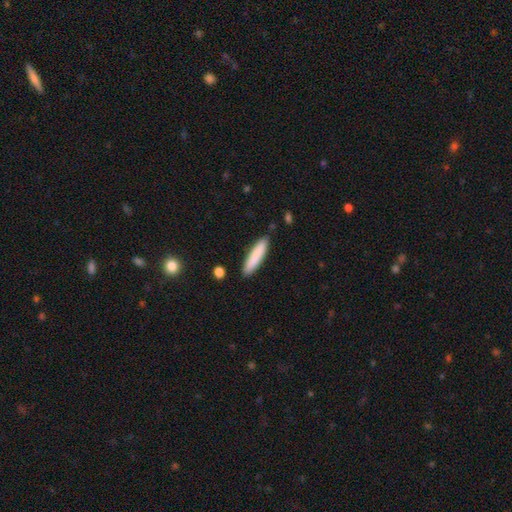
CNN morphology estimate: The model was most divided on "how rounded": cigar-shaped: 81%, in between: 18%, round: 1%. More confident: merging — none (87%); smooth or featured — smooth (85%).